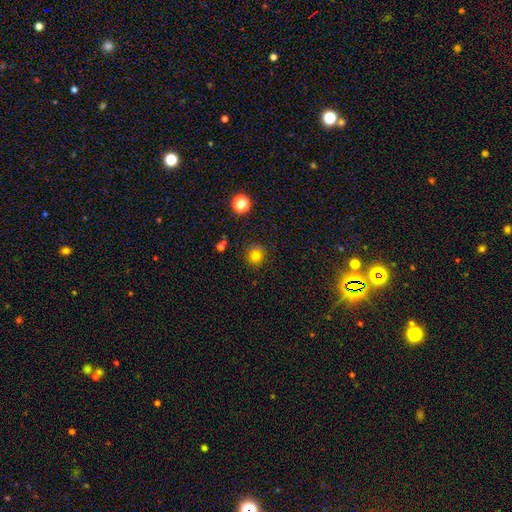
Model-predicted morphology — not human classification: A smooth galaxy with no disk features (79%) that is round (92%).

Vote fractions:
- Smooth or featured? smooth: 79% / star or artifact: 15% / featured or disk: 6%
- How rounded? round: 92% / in between: 7% / cigar-shaped: 1%
- Merging? none: 85% / minor disturbance: 10% / major disturbance: 3% / merger: 2%